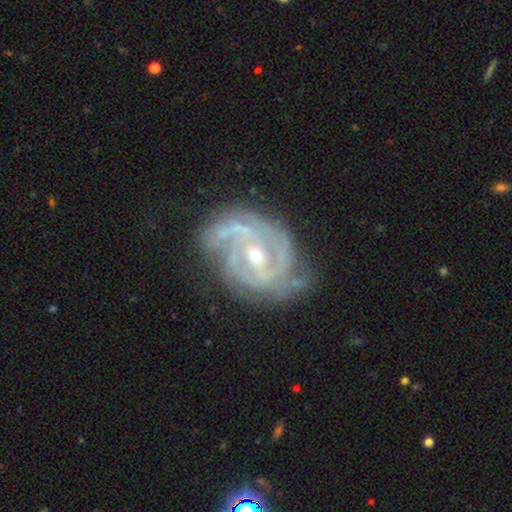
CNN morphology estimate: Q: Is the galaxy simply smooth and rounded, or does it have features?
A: featured or disk — 89%.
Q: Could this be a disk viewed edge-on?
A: no — 97%.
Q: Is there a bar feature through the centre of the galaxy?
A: weak — 41%, tied with no.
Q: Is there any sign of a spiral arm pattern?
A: yes — 96%.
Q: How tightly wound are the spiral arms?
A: tight — 56%.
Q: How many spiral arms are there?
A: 2 — 39%.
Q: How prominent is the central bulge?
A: small — 62%.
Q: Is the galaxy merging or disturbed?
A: none — 62%.